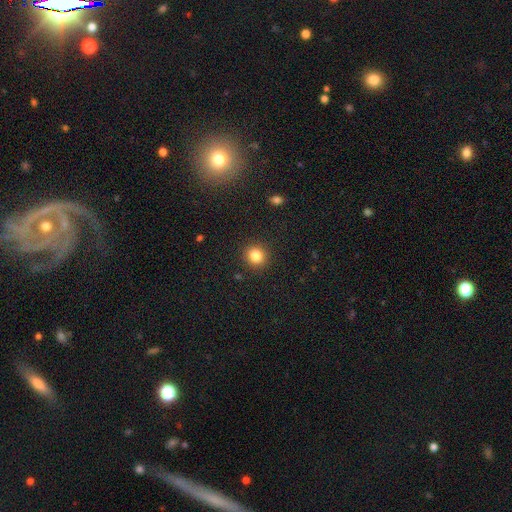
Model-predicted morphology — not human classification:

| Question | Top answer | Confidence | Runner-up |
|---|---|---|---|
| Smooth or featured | smooth | 83% | star or artifact (11%) |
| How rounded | round | 90% | in between (9%) |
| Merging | none | 91% | minor disturbance (6%) |